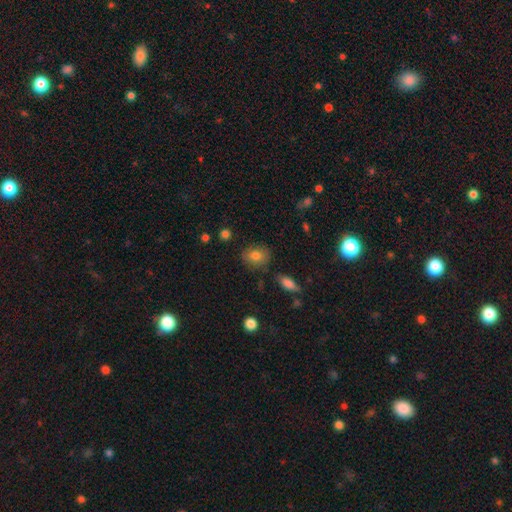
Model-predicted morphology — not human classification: Smooth or featured? Predicted: smooth (p=0.81). How rounded? Predicted: in between (p=0.55). Merging? Predicted: none (p=0.79).